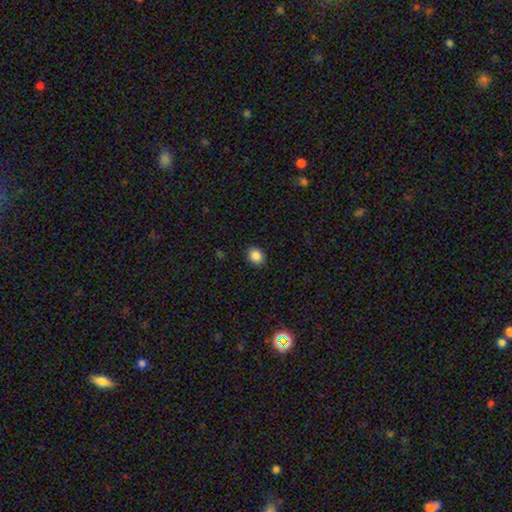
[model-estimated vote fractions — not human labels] smooth-or-featured: smooth: 86% | star or artifact: 10% | featured or disk: 4%
  how-rounded: round: 58% | in between: 41% | cigar-shaped: 1%
  merging: none: 90% | minor disturbance: 7% | major disturbance: 2% | merger: 1%